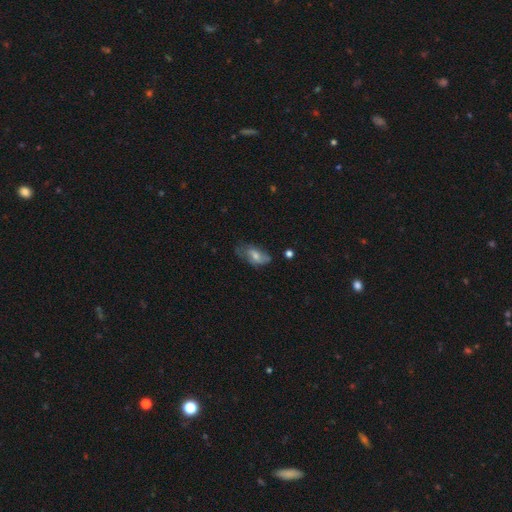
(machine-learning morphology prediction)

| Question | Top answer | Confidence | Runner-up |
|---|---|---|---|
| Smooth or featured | smooth | 45% | tied: featured or disk (45%) |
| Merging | none | 52% | minor disturbance (30%) |